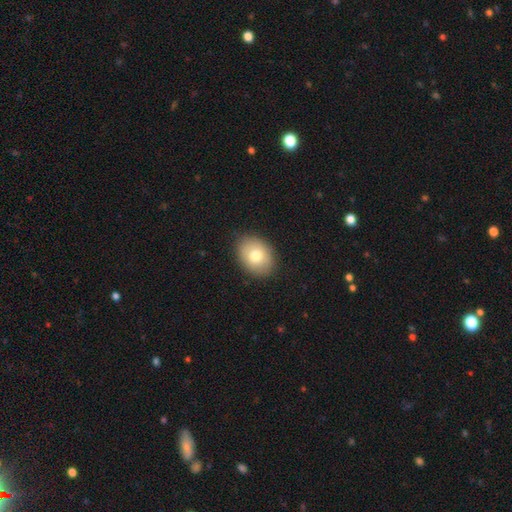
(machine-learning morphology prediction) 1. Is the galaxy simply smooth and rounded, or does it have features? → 76% smooth, 16% featured or disk, 8% star or artifact.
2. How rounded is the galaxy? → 66% in between, 33% round, 1% cigar-shaped.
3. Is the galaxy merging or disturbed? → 86% none, 10% minor disturbance, 2% major disturbance, 1% merger.